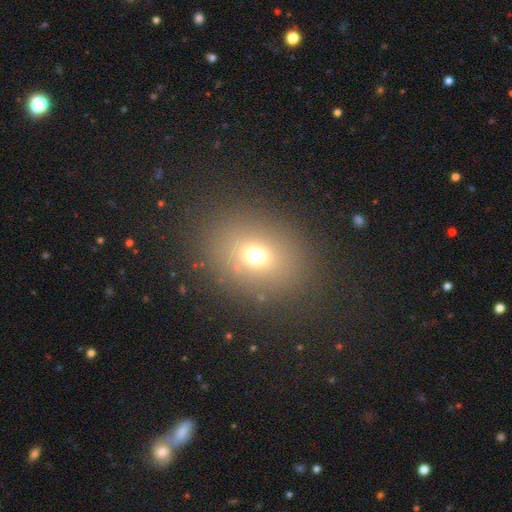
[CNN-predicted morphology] smooth 67%, star or artifact 21%, featured or disk 11%. Down the decision tree: how rounded — round (56%); merging — none (83%).